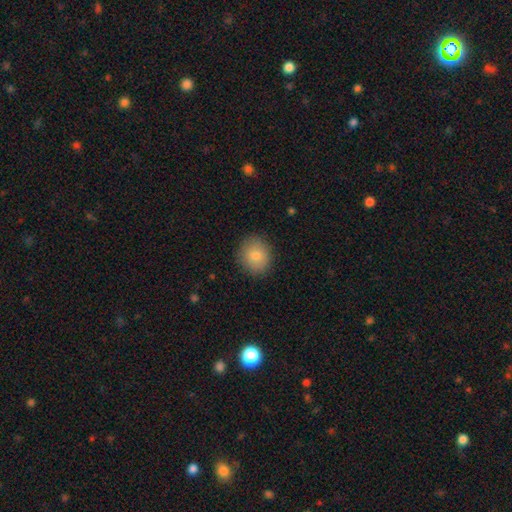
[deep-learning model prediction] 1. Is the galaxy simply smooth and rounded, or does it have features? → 81% smooth, 10% star or artifact, 9% featured or disk.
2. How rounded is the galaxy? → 75% round, 24% in between, 1% cigar-shaped.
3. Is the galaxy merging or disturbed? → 88% none, 8% minor disturbance, 2% major disturbance, 1% merger.